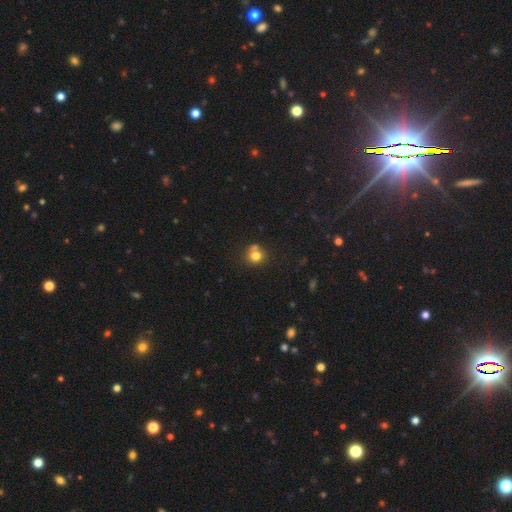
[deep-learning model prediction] A smooth galaxy with no disk features (76%) that is round (85%). Merging: none (53%).